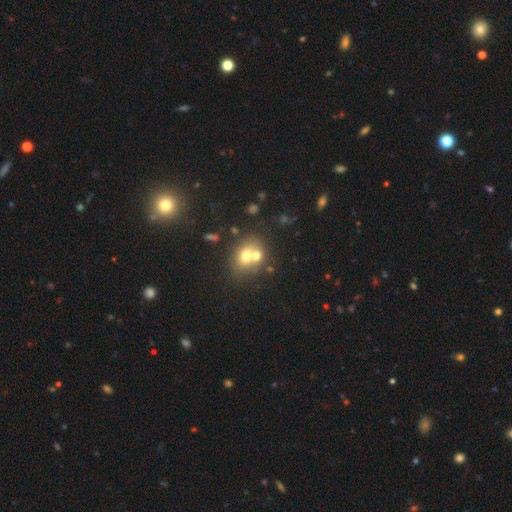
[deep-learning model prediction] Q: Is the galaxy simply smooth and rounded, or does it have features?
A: smooth — 65%.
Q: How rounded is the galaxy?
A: round — 57%.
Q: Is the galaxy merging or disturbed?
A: merger — 53%.